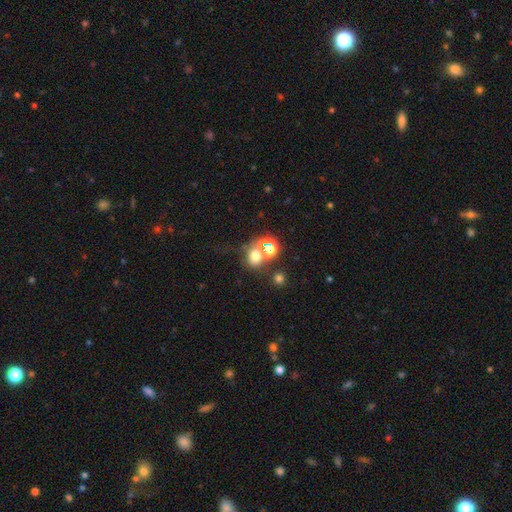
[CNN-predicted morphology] Smooth or featured?
  - smooth: 61% *
  - star or artifact: 27%
  - featured or disk: 12%
How rounded?
  - round: 69% *
  - in between: 30%
  - cigar-shaped: 1%
Merging?
  - none: 50% *
  - merger: 31%
  - minor disturbance: 11%
  - major disturbance: 8%